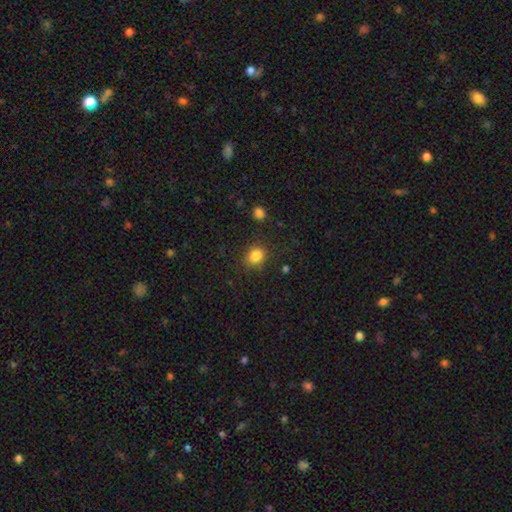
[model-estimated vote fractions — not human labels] Smooth or featured? smooth (84%)
How rounded? round (66%)
Merging? none (83%)